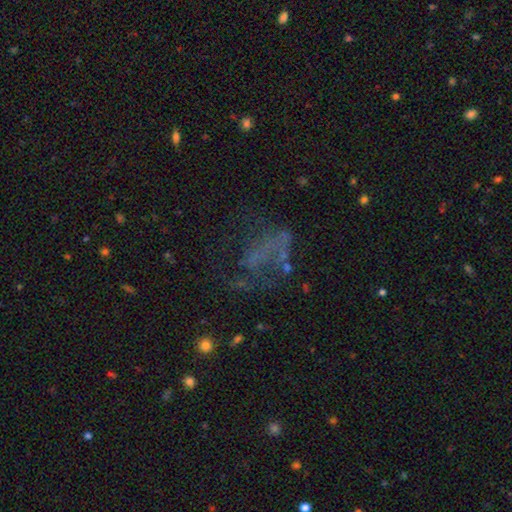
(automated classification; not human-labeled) Smooth or featured: featured or disk — 42% (star or artifact — 29%)
Merging: major disturbance — 40% (none — 37%)